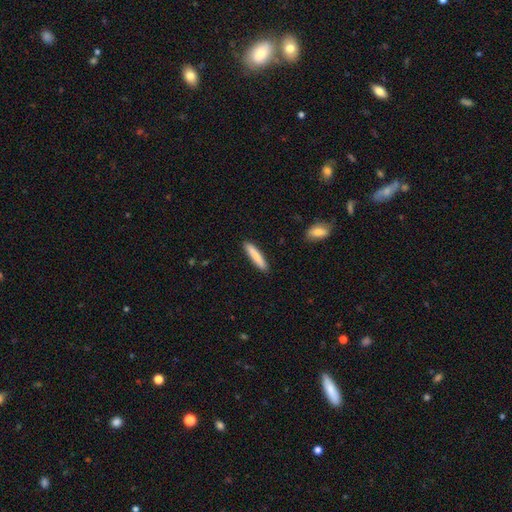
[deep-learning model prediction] smooth 82%, featured or disk 13%, star or artifact 5%. Down the decision tree: how rounded — cigar-shaped (90%); merging — none (90%).